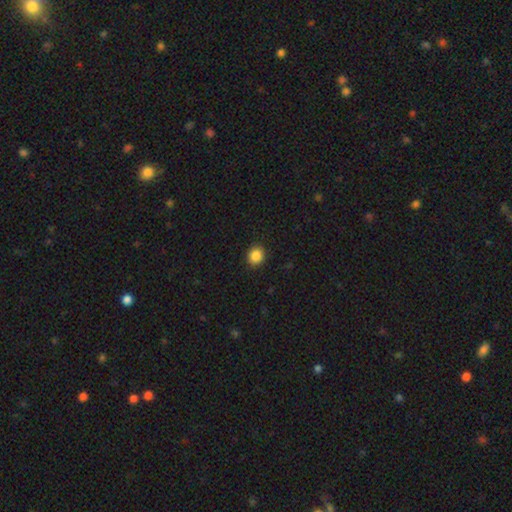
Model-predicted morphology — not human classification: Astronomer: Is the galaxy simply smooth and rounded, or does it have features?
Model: smooth — 87%.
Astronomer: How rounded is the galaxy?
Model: round — 83%.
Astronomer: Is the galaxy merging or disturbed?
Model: none — 91%.